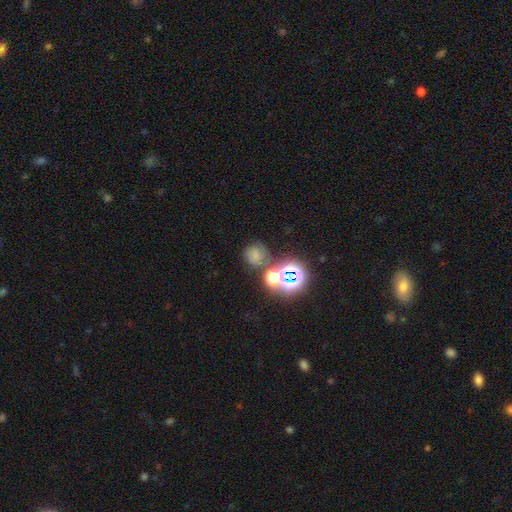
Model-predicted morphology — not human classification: This appears to be a smooth galaxy with no disk features (54%) that is round (82%). Merging: none (60%).